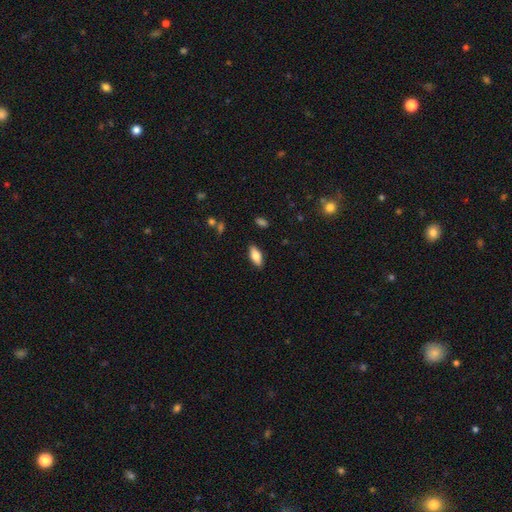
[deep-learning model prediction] Smooth or featured? Predicted: smooth (p=0.75). How rounded? Predicted: in between (p=0.82). Merging? Predicted: none (p=0.88).